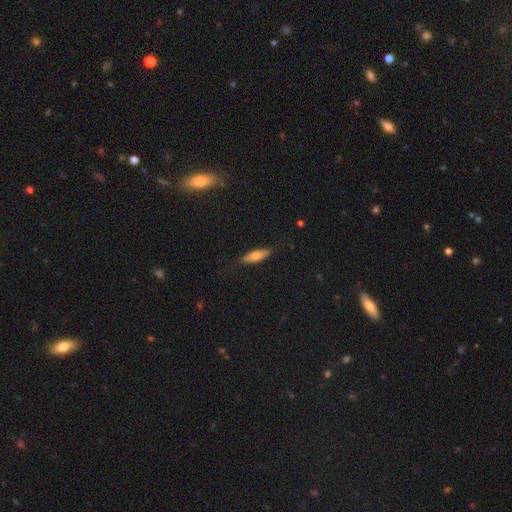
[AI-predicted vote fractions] This is likely a smooth galaxy (61%). How rounded: possibly cigar-shaped (55%). Merging: clearly none (81%).